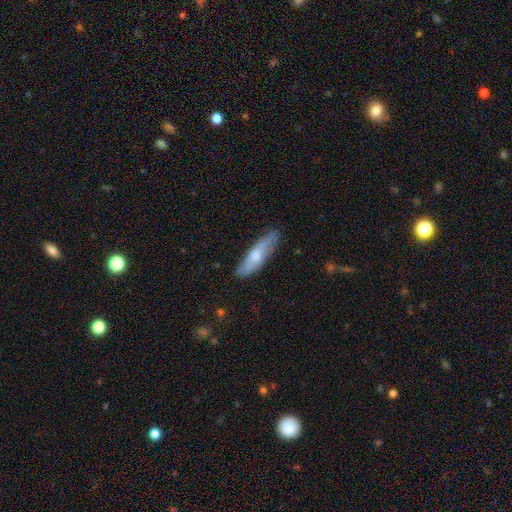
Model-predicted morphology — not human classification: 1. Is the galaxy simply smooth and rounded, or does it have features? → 57% smooth, 38% featured or disk, 6% star or artifact.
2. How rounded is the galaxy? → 70% cigar-shaped, 28% in between, 2% round.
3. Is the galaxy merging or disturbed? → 81% none, 15% minor disturbance, 3% major disturbance, 1% merger.